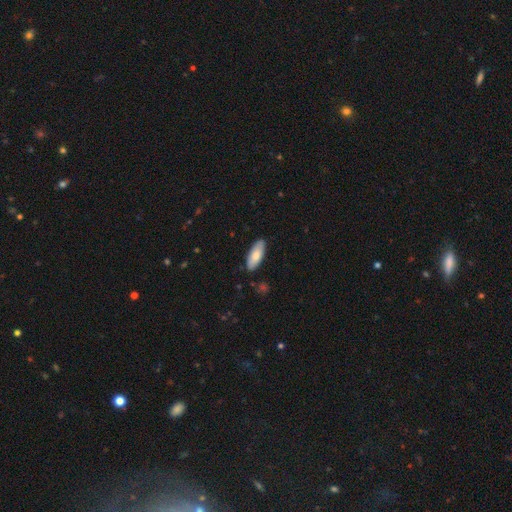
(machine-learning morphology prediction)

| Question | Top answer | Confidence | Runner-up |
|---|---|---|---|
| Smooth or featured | smooth | 78% | featured or disk (17%) |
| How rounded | in between | 76% | cigar-shaped (22%) |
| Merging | none | 86% | minor disturbance (11%) |